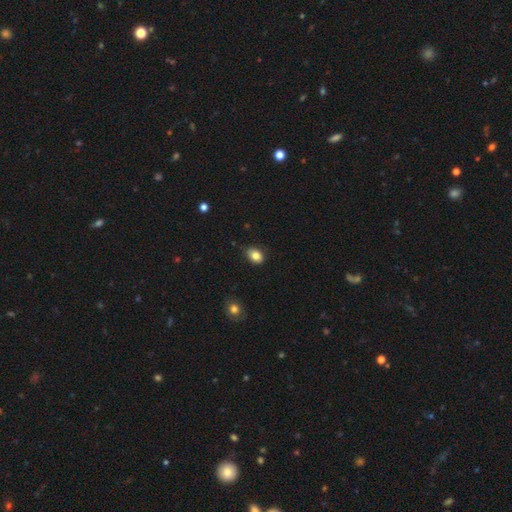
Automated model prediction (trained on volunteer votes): A smooth galaxy with no disk features (84%) that is in between round and cigar-shaped (73%). Merging: none (78%).